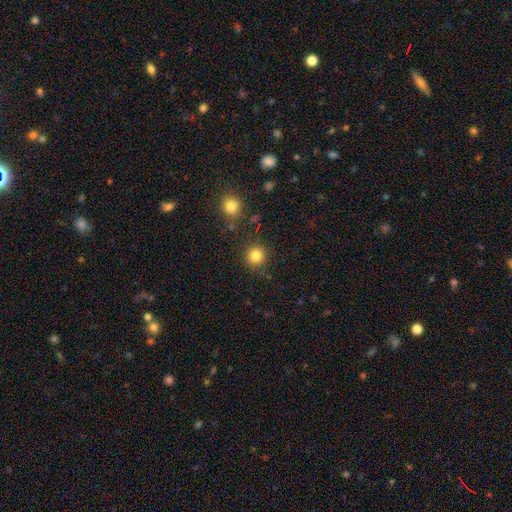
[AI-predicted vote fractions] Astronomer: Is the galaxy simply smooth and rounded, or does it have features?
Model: smooth — 84%.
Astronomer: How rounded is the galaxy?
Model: round — 93%.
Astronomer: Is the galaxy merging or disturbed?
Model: none — 87%.